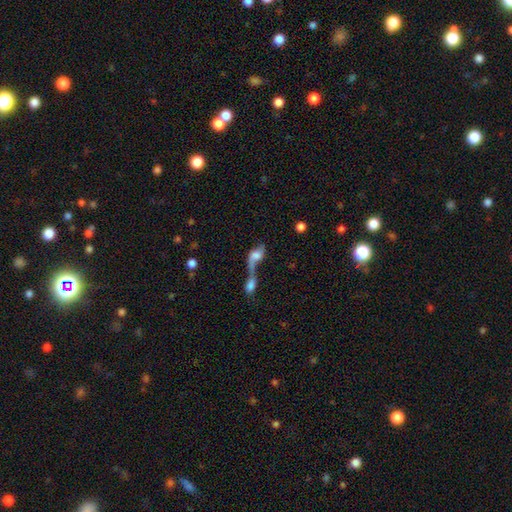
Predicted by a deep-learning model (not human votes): smooth_or_featured: smooth (p=0.55) [alt: featured or disk p=0.36]
how_rounded: in between (p=0.69) [alt: round p=0.20]
merging: merger (p=0.78) [alt: major disturbance p=0.09]